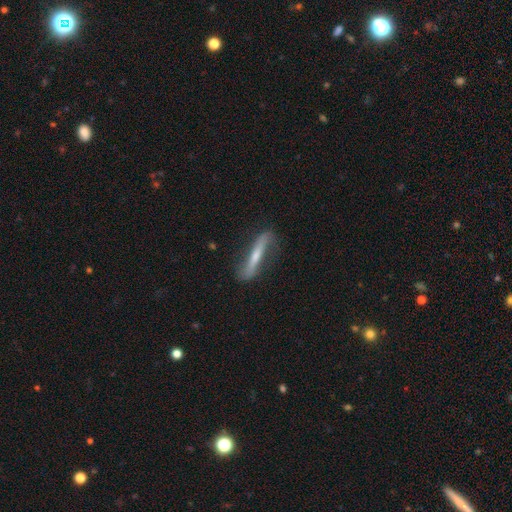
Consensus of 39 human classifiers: smooth_or_featured: featured or disk (p=0.69) [alt: smooth p=0.23]
disk_edge_on: no (p=0.56) [alt: yes p=0.44]
bar: strong (p=0.60) [alt: weak p=0.33]
has_spiral_arms: yes (p=0.73) [alt: no p=0.27]
spiral_winding: loose (p=0.64) [alt: tight p=0.18]
spiral_arm_count: 2 (p=0.91) [alt: can't tell p=0.09]
bulge_size: small (p=0.53) [alt: moderate p=0.40]
merging: none (p=0.75) [alt: minor disturbance p=0.19]